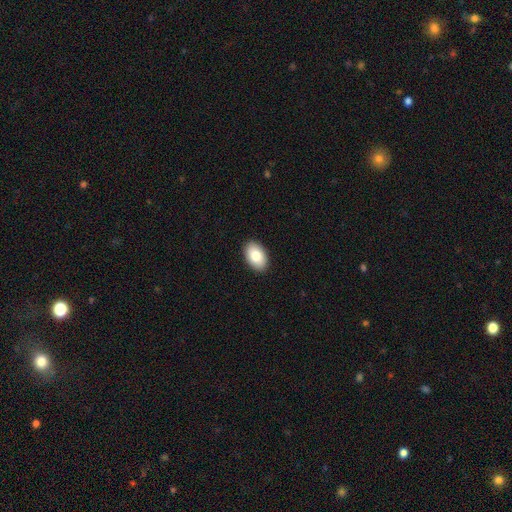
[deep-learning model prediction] Smooth or featured: smooth — 83% (featured or disk — 10%)
How rounded: in between — 92% (round — 7%)
Merging: none — 91% (minor disturbance — 7%)